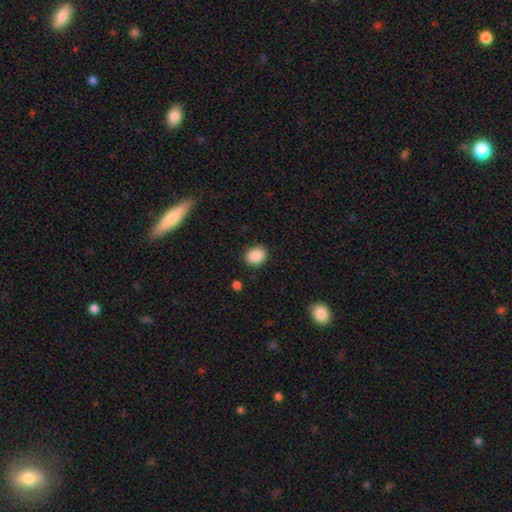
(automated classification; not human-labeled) A smooth galaxy with no disk features (89%) that is in between round and cigar-shaped (59%).

Vote fractions:
- Smooth or featured? smooth: 89% / star or artifact: 8% / featured or disk: 3%
- How rounded? in between: 59% / round: 40% / cigar-shaped: 1%
- Merging? none: 88% / minor disturbance: 8% / major disturbance: 2% / merger: 1%